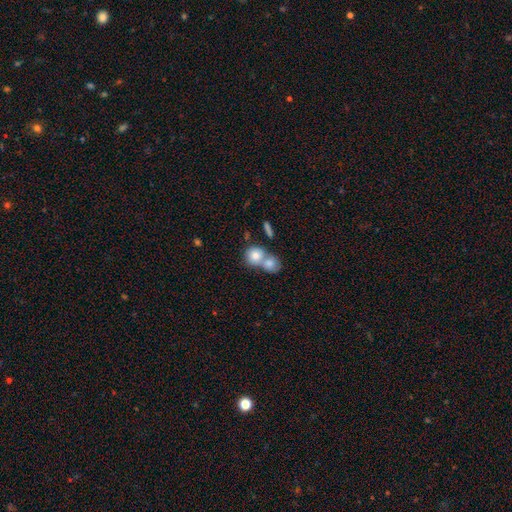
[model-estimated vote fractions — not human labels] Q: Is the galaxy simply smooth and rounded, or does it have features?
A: smooth — 78%.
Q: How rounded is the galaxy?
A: round — 77%.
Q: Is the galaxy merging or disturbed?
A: merger — 60%.